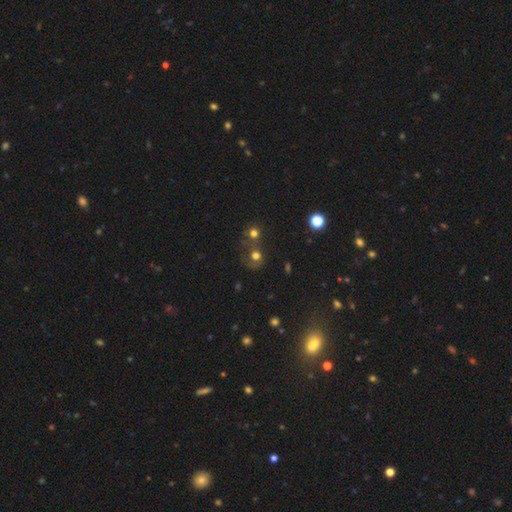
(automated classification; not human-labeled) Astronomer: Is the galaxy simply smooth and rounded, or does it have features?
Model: smooth — 62%.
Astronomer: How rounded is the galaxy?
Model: round — 77%.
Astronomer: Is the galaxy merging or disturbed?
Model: none — 40% (runner-up: merger, 33%).